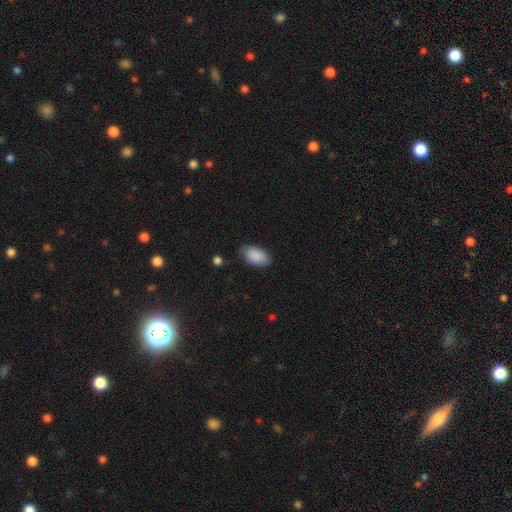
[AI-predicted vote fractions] A smooth galaxy with no disk features (90%) that is in between round and cigar-shaped (94%). Merging: none (82%).